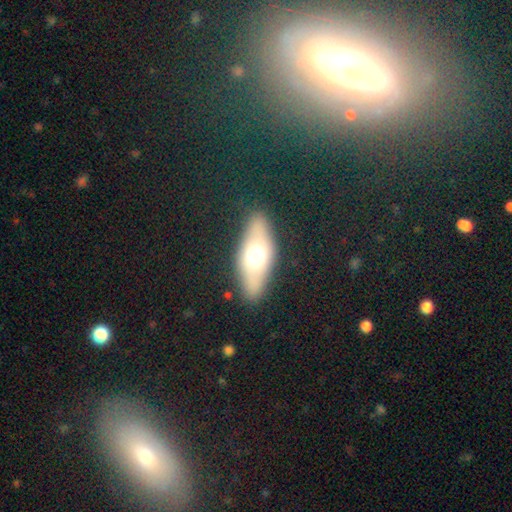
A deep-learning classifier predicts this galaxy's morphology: smooth 57%, featured or disk 35%, star or artifact 8%. Down the decision tree: how rounded — in between (71%); merging — none (84%).